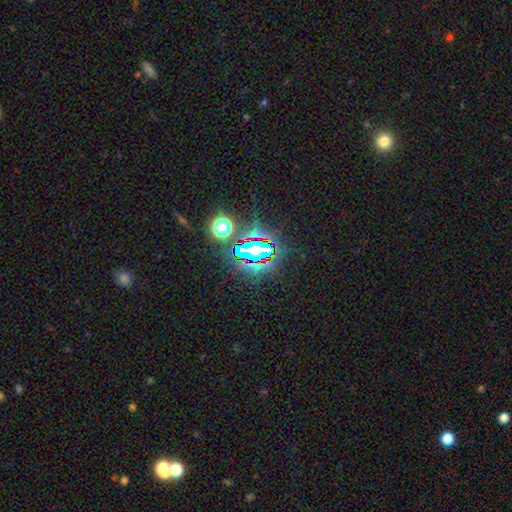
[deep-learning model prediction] This appears to be a star or artifact, not a galaxy (81%).